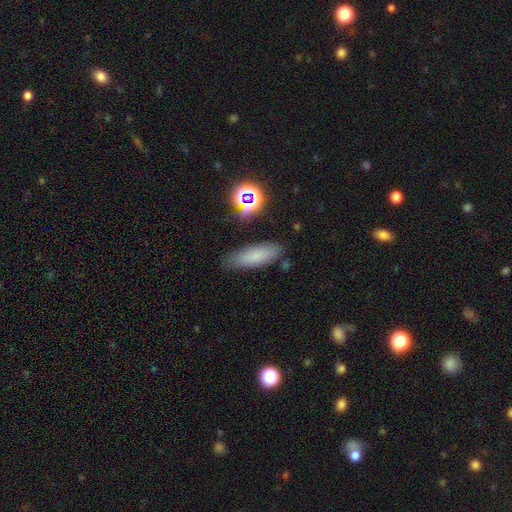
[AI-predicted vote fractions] A smooth galaxy with no disk features (75%) that is in between round and cigar-shaped (55%).

Vote fractions:
- Smooth or featured? smooth: 75% / star or artifact: 13% / featured or disk: 12%
- How rounded? in between: 55% / cigar-shaped: 42% / round: 3%
- Merging? none: 80% / minor disturbance: 13% / major disturbance: 3% / merger: 3%